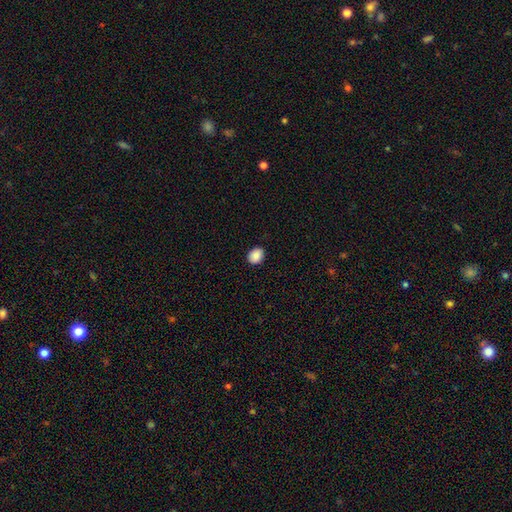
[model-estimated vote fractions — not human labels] Overall: smooth (89%). How rounded: round (51%; in between 48%). Merging: none (88%).